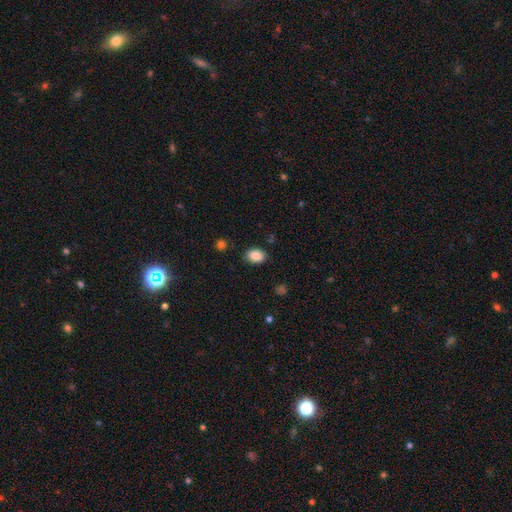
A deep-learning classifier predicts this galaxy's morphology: A smooth galaxy with no disk features (87%) that is in between round and cigar-shaped (74%).

Vote fractions:
- Smooth or featured? smooth: 87% / star or artifact: 8% / featured or disk: 5%
- How rounded? in between: 74% / round: 25% / cigar-shaped: 1%
- Merging? none: 86% / minor disturbance: 10% / major disturbance: 3% / merger: 1%